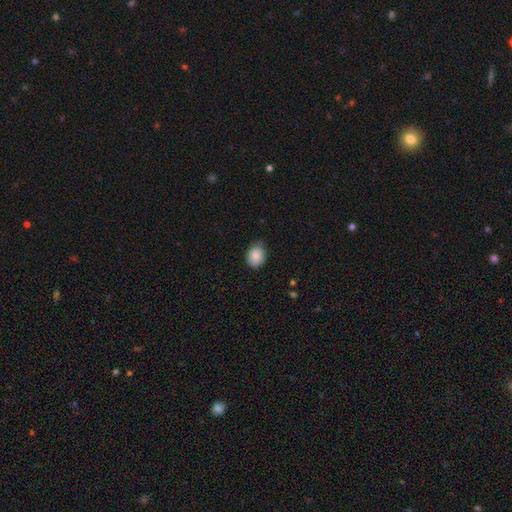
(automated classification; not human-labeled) Morphology: type=smooth (87%); roundness=in between (58%); merging=none (72%).